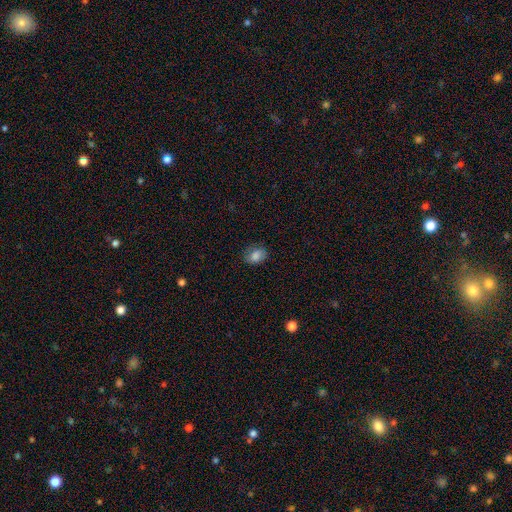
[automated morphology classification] This is likely a smooth galaxy (80%). How rounded: likely in between (61%). Merging: likely none (75%).